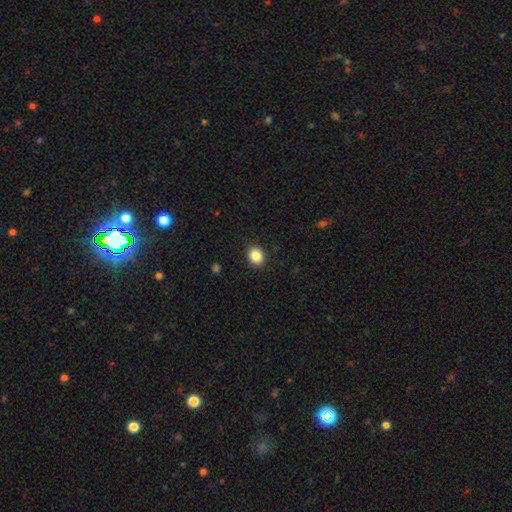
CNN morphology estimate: Smooth or featured? Predicted: smooth (p=0.86). How rounded? Predicted: round (p=0.65). Merging? Predicted: none (p=0.91).